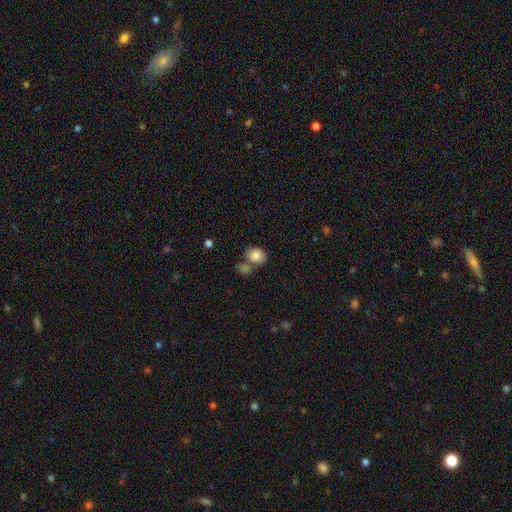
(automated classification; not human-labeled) Smooth or featured: smooth — 83% (featured or disk — 9%)
How rounded: round — 51% (in between — 48%)
Merging: none — 52% (merger — 29%)